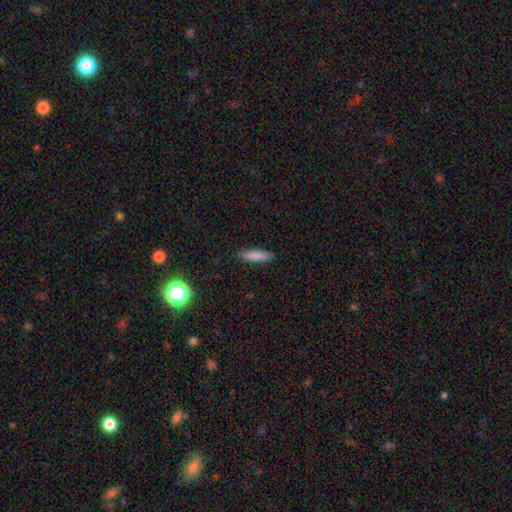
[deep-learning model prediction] smooth-or-featured: smooth: 85% | featured or disk: 7% | star or artifact: 7%
  how-rounded: cigar-shaped: 73% | in between: 25% | round: 1%
  merging: none: 88% | minor disturbance: 9% | major disturbance: 2% | merger: 1%